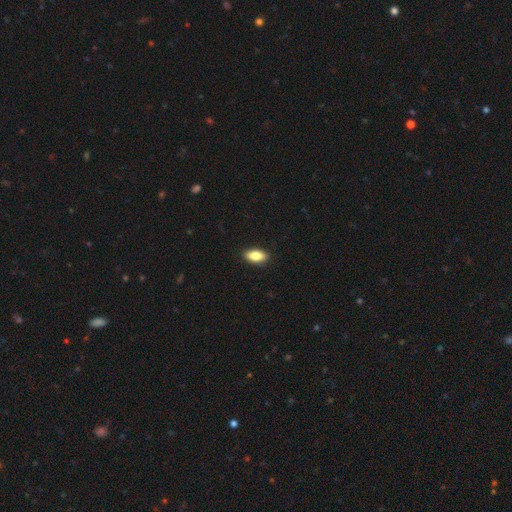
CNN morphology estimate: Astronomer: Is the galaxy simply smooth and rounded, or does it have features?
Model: smooth — 84%.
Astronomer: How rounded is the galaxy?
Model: in between — 89%.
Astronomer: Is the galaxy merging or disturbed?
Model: none — 90%.